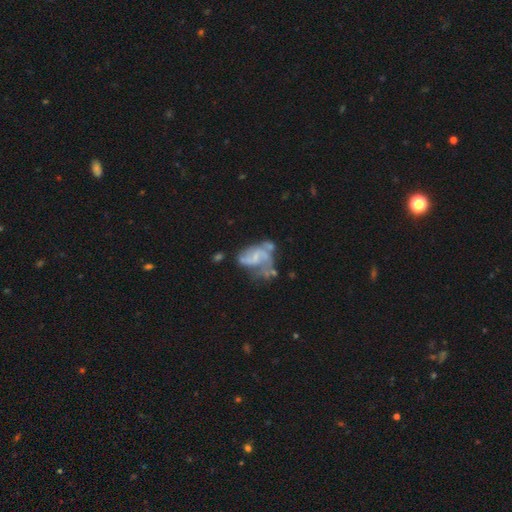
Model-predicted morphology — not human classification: type=featured or disk (68%); edge-on=no (98%); bar=no (61%); spiral arms=yes (61%); bulge=none (48%); merging=major disturbance (36%).